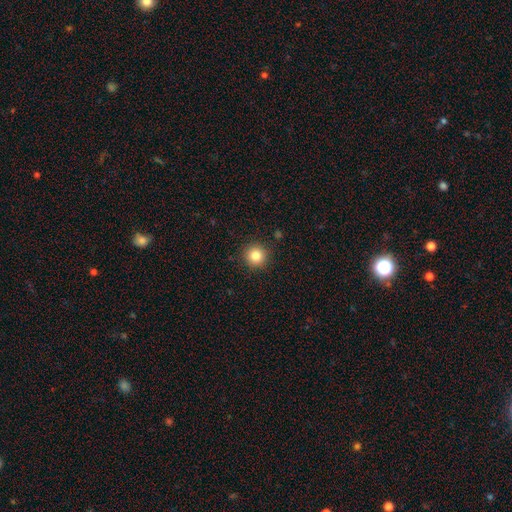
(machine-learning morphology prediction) smooth 83%, star or artifact 11%, featured or disk 6%. Down the decision tree: how rounded — round (94%); merging — none (91%).